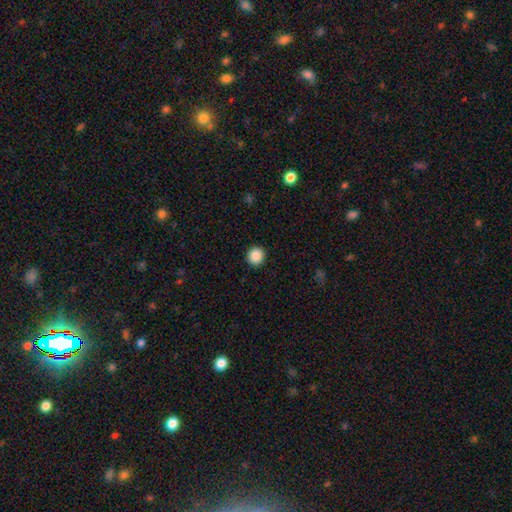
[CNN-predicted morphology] smooth-or-featured: smooth: 88% | star or artifact: 9% | featured or disk: 3%
  how-rounded: round: 92% | in between: 7% | cigar-shaped: 1%
  merging: none: 93% | minor disturbance: 5% | major disturbance: 2% | merger: 1%